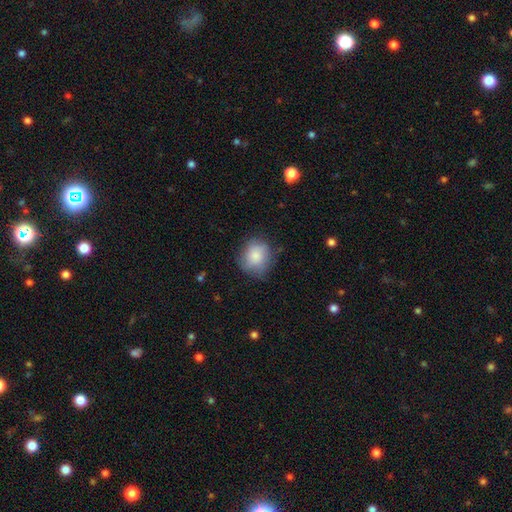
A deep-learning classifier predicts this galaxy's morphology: This is clearly a smooth galaxy (81%). How rounded: likely round (76%). Merging: likely none (69%).